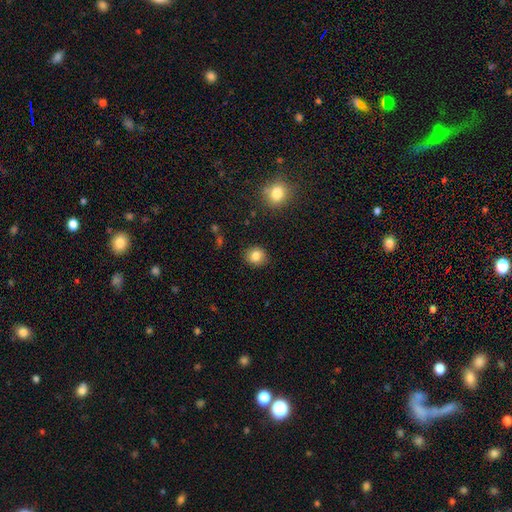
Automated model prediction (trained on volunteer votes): This appears to be a smooth galaxy with no disk features (84%) that is round (81%). Merging: none (89%).